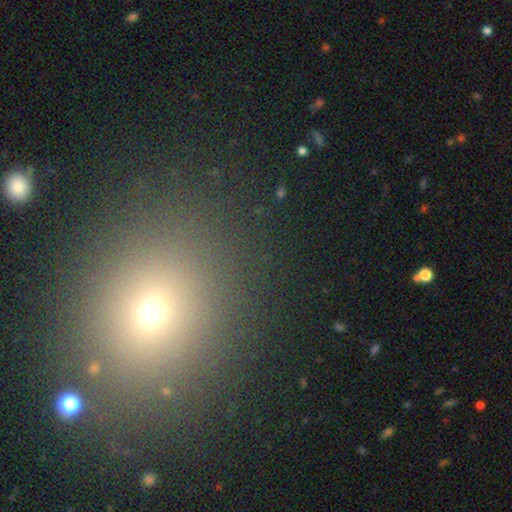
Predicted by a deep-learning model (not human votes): The model was most divided on "smooth or featured": smooth: 54%, star or artifact: 37%, featured or disk: 9%. More confident: merging — none (87%); how rounded — round (68%).